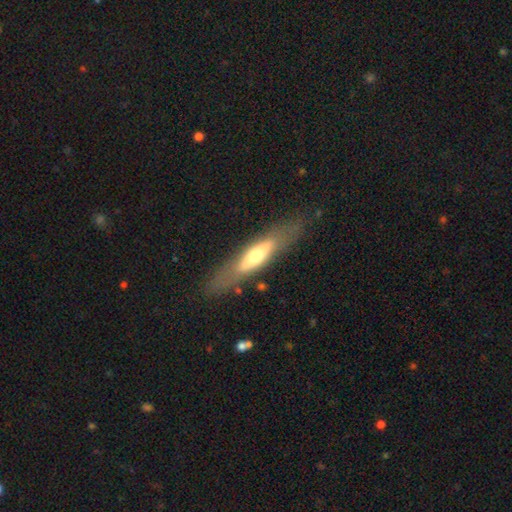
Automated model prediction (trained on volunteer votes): smooth-or-featured: featured or disk: 50% | smooth: 44% | star or artifact: 6%
  merging: none: 75% | minor disturbance: 15% | major disturbance: 7% | merger: 2%